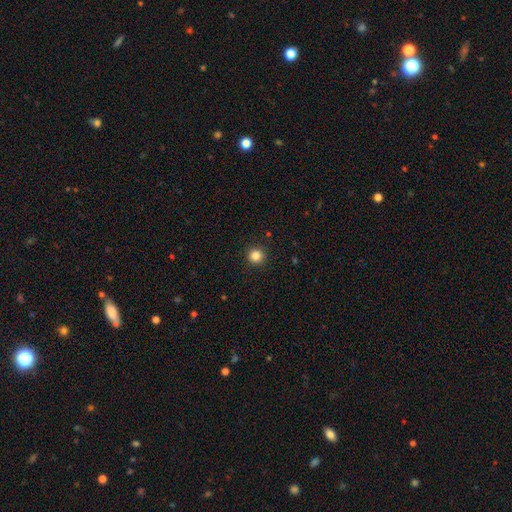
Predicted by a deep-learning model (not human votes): Morphology: type=smooth (84%); roundness=round (95%); merging=none (93%).